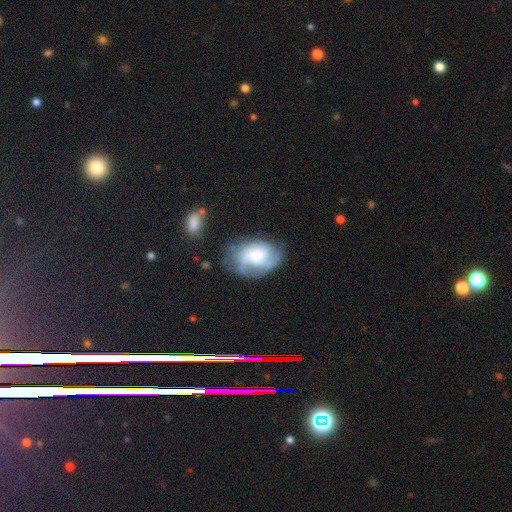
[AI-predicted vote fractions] Smooth or featured: featured or disk — 58% (smooth — 34%)
Edge-on disk: no — 97% (yes — 3%)
Bar: no — 71% (weak — 24%)
Spiral arms: yes — 73% (no — 27%)
Bulge size: large — 34% (none — 25%)
Merging: none — 45% (minor disturbance — 28%)